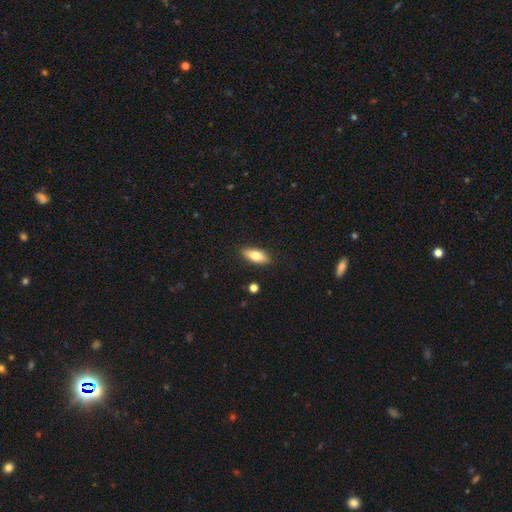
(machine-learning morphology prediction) smooth 73%, featured or disk 20%, star or artifact 7%. Down the decision tree: how rounded — in between (73%); merging — none (88%).